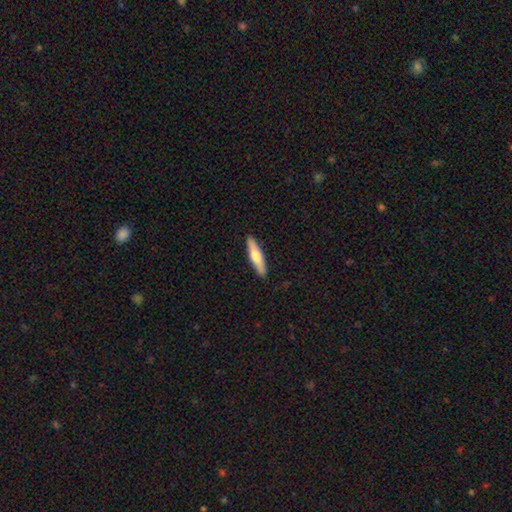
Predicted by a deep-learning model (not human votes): This appears to be a smooth galaxy with no disk features (55%) that is cigar-shaped (79%). Merging: none (91%).